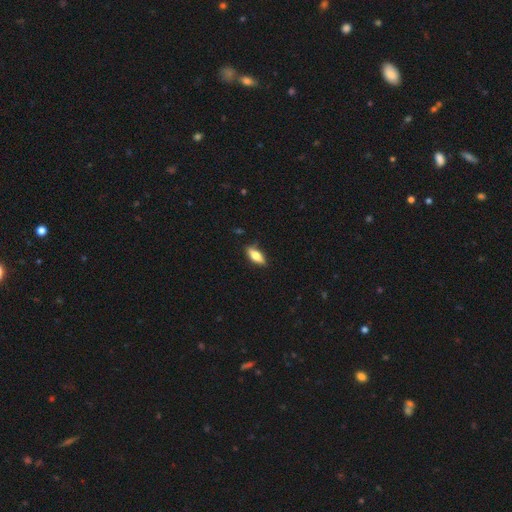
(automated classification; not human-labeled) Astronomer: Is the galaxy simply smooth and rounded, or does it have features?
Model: smooth — 67%.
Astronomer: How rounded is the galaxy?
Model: in between — 73%.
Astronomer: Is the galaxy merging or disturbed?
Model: none — 80%.